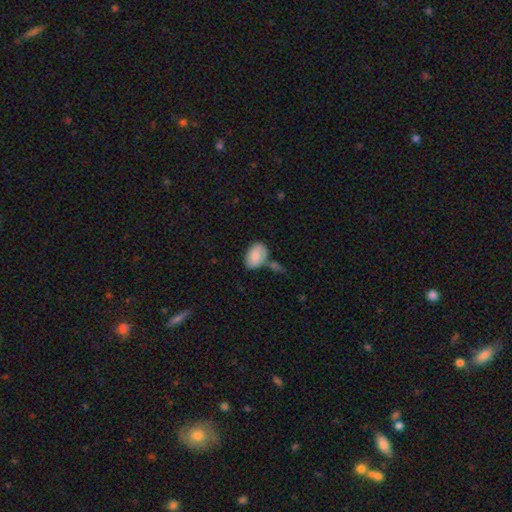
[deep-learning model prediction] Smooth or featured? smooth (75%)
How rounded? in between (88%)
Merging? none (45%)